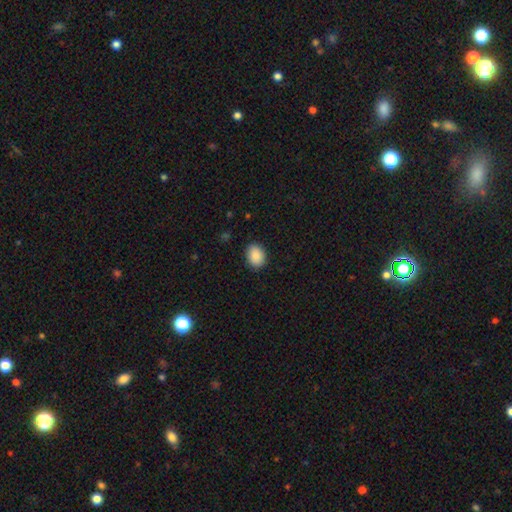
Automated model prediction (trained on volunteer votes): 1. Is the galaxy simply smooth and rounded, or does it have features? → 89% smooth, 7% star or artifact, 4% featured or disk.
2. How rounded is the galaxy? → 67% in between, 32% round, 1% cigar-shaped.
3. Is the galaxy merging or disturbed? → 88% none, 9% minor disturbance, 2% major disturbance, 1% merger.